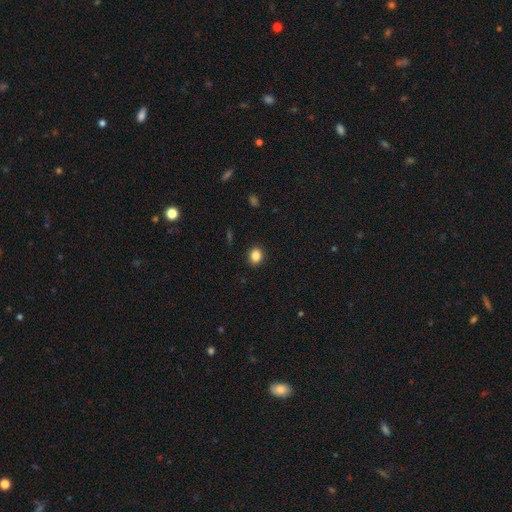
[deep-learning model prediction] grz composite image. It shows a smooth galaxy with no disk features (86%) that is round (60%). Merging: none (90%).